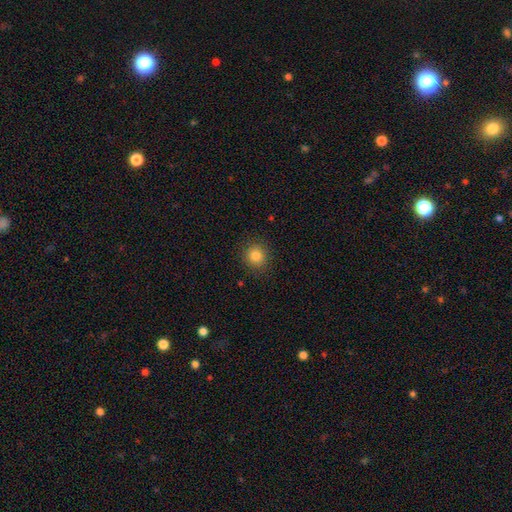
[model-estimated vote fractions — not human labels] This is clearly a smooth galaxy (82%). How rounded: clearly round (90%). Merging: clearly none (90%).